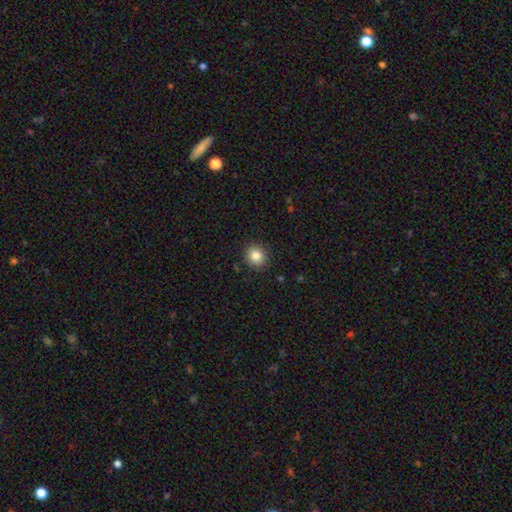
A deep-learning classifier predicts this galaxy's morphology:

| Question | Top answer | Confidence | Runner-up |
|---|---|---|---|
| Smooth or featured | smooth | 84% | star or artifact (10%) |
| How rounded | round | 88% | in between (11%) |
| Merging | none | 90% | minor disturbance (7%) |